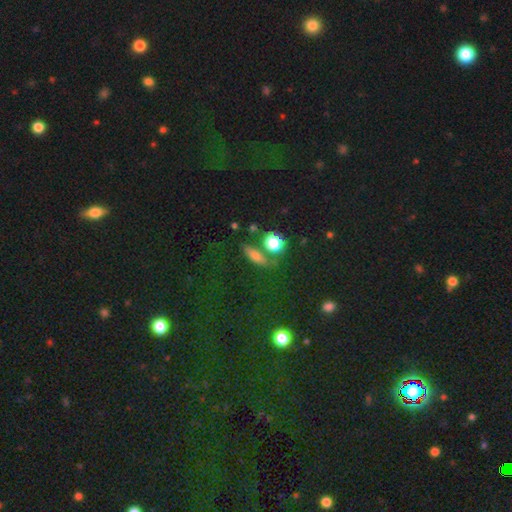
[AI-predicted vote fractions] This appears to be a smooth galaxy with no disk features (67%) that is cigar-shaped (43%). Merging: none (70%).